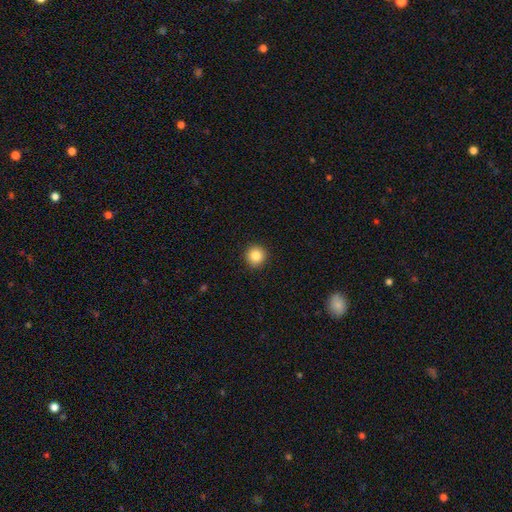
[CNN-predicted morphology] smooth-or-featured: smooth: 85% | star or artifact: 10% | featured or disk: 6%
  how-rounded: round: 95% | in between: 4% | cigar-shaped: 1%
  merging: none: 92% | minor disturbance: 6% | major disturbance: 2% | merger: 1%